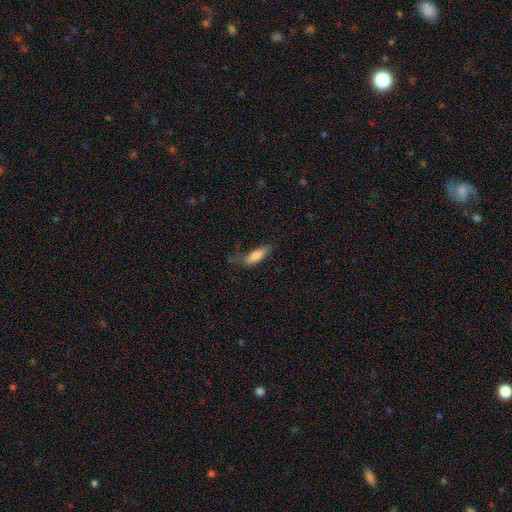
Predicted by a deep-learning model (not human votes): Smooth or featured? smooth (80%)
How rounded? in between (52%)
Merging? none (52%)